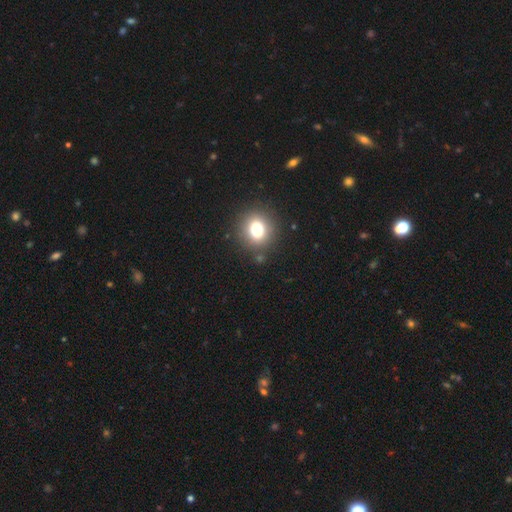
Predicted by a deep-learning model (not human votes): Morphology: type=smooth (56%); roundness=round (87%); merging=none (90%).